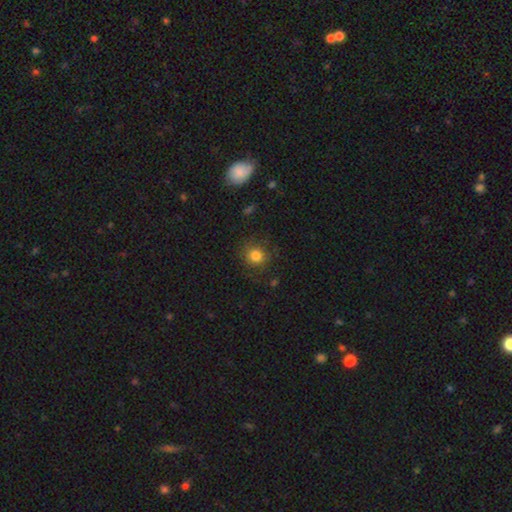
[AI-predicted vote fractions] A smooth galaxy with no disk features (80%) that is round (90%). Merging: none (80%).